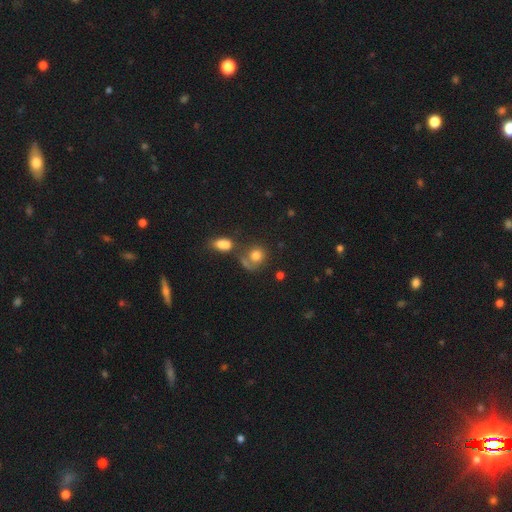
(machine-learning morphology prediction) A smooth galaxy with no disk features (73%) that is round (76%). Merging: none (40%).